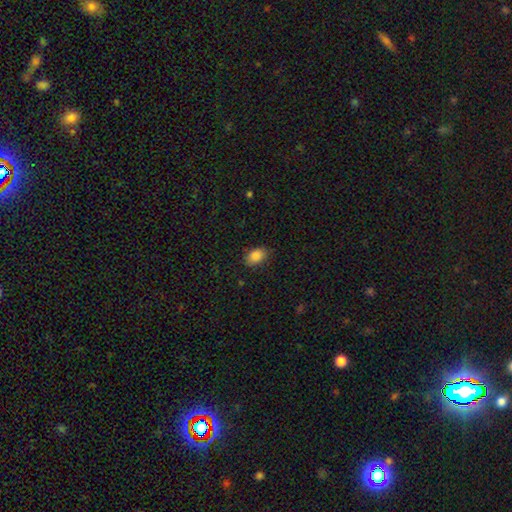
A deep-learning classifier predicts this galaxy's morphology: Q: Smooth or featured?
A: smooth (87%); runner-up: star or artifact (8%)
Q: How rounded?
A: in between (83%); runner-up: round (16%)
Q: Merging?
A: none (81%); runner-up: minor disturbance (15%)